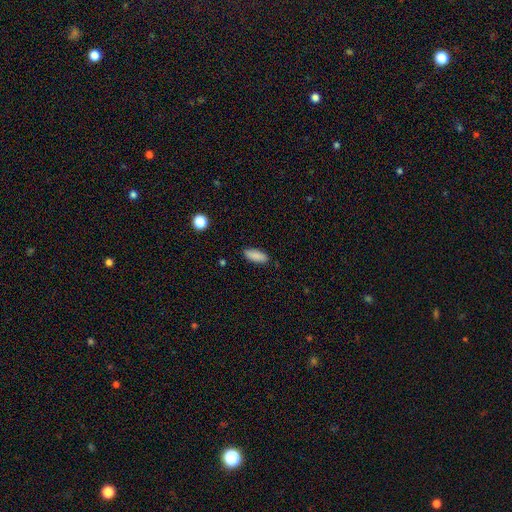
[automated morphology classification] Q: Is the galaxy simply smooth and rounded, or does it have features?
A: smooth — 88%.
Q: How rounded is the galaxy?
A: in between — 73%.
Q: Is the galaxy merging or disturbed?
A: none — 87%.